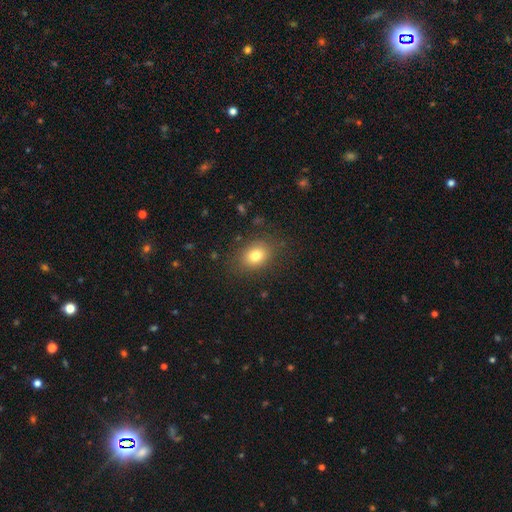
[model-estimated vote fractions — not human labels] Smooth or featured?
  - smooth: 79% *
  - star or artifact: 11%
  - featured or disk: 10%
How rounded?
  - in between: 58% *
  - round: 41%
  - cigar-shaped: 1%
Merging?
  - none: 83% *
  - minor disturbance: 12%
  - major disturbance: 5%
  - merger: 1%